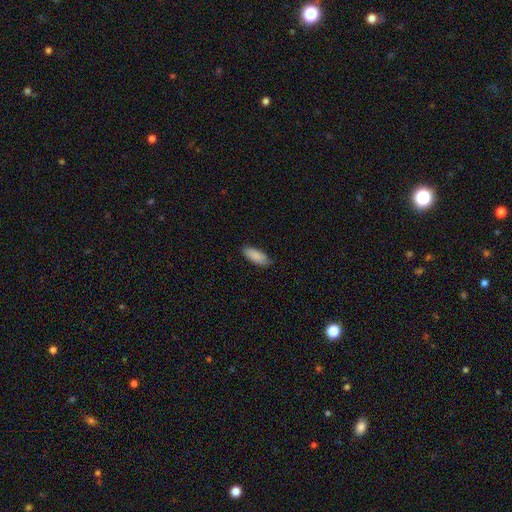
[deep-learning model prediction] Smooth or featured?
  - smooth: 89% *
  - featured or disk: 6%
  - star or artifact: 6%
How rounded?
  - in between: 80% *
  - cigar-shaped: 19%
  - round: 2%
Merging?
  - none: 87% *
  - minor disturbance: 11%
  - major disturbance: 2%
  - merger: 1%